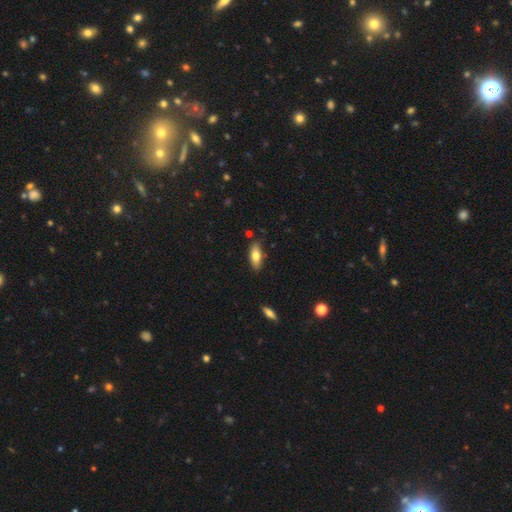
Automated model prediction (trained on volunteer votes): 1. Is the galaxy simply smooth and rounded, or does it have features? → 74% smooth, 19% featured or disk, 7% star or artifact.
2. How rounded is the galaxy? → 79% in between, 19% cigar-shaped, 2% round.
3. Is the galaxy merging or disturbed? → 81% none, 14% minor disturbance, 3% merger, 2% major disturbance.